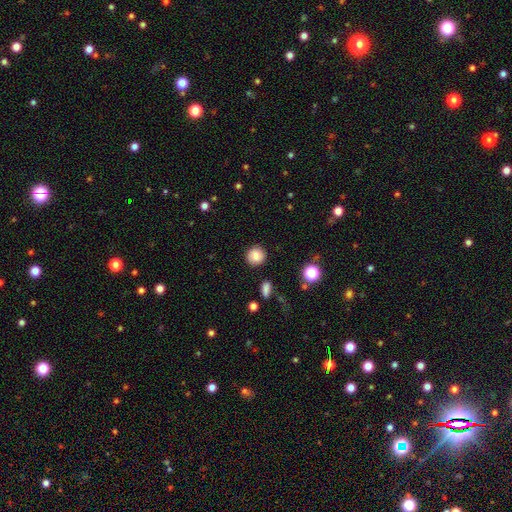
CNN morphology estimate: Smooth or featured? Predicted: smooth (p=0.81). How rounded? Predicted: round (p=0.91). Merging? Predicted: none (p=0.89).